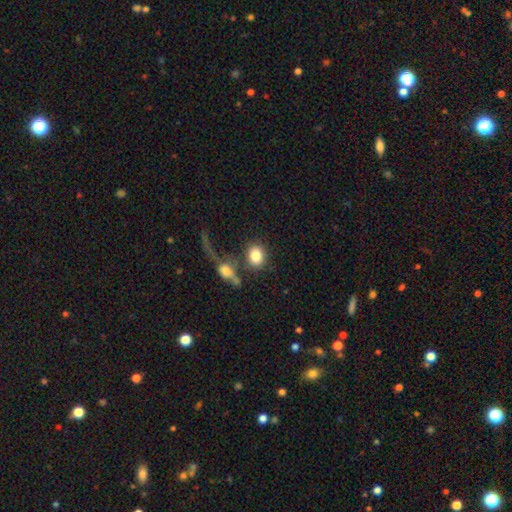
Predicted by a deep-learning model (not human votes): Smooth or featured? Predicted: smooth (p=0.81). How rounded? Predicted: in between (p=0.53). Merging? Predicted: none (p=0.59).